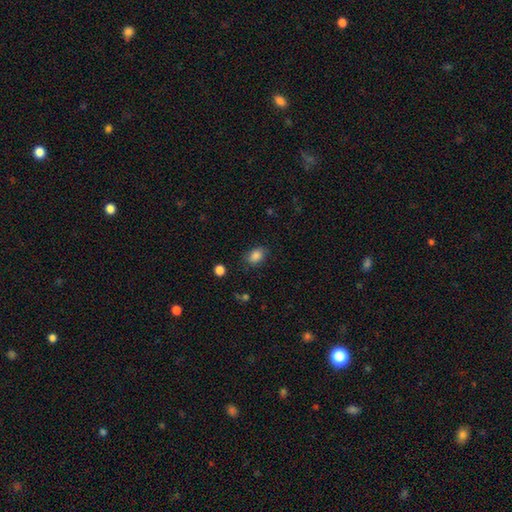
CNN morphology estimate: A smooth galaxy with no disk features (86%) that is in between round and cigar-shaped (75%).

Vote fractions:
- Smooth or featured? smooth: 86% / star or artifact: 9% / featured or disk: 4%
- How rounded? in between: 75% / round: 24% / cigar-shaped: 1%
- Merging? none: 80% / minor disturbance: 15% / major disturbance: 4% / merger: 2%